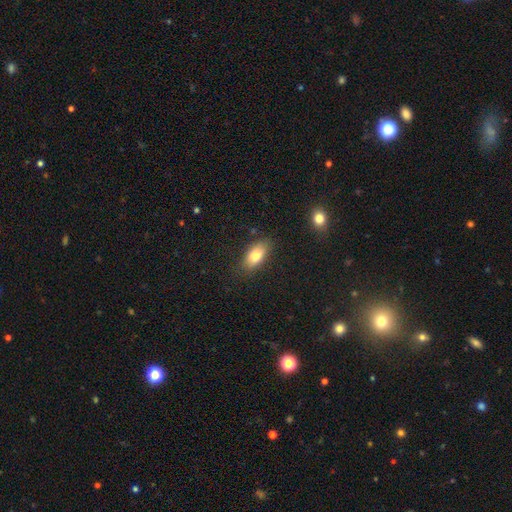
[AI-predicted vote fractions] A smooth galaxy with no disk features (79%) that is in between round and cigar-shaped (87%).

Vote fractions:
- Smooth or featured? smooth: 79% / featured or disk: 13% / star or artifact: 8%
- How rounded? in between: 87% / cigar-shaped: 9% / round: 5%
- Merging? none: 81% / minor disturbance: 14% / major disturbance: 3% / merger: 2%